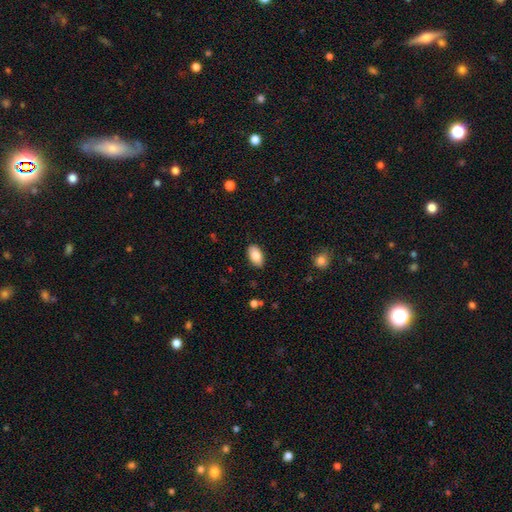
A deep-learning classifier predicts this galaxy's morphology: Overall: smooth (84%). How rounded: in between (94%). Merging: none (88%).